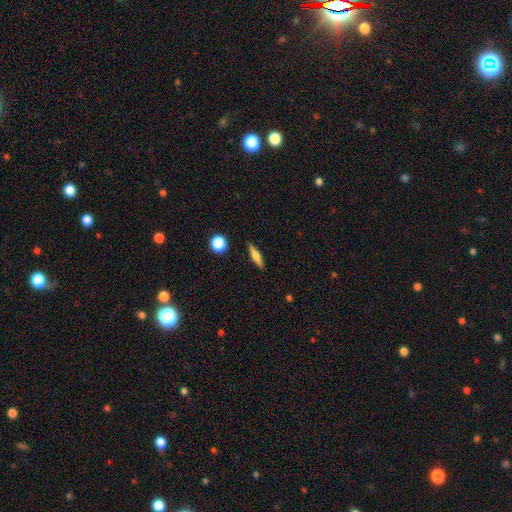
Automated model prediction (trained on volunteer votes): Morphology: type=smooth (55%); roundness=cigar-shaped (73%); merging=none (89%).